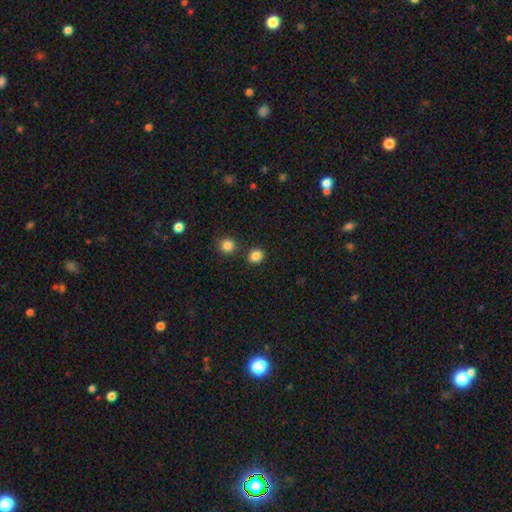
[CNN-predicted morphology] smooth_or_featured: smooth (p=0.85) [alt: star or artifact p=0.11]
how_rounded: round (p=0.76) [alt: in between p=0.23]
merging: none (p=0.81) [alt: merger p=0.09]